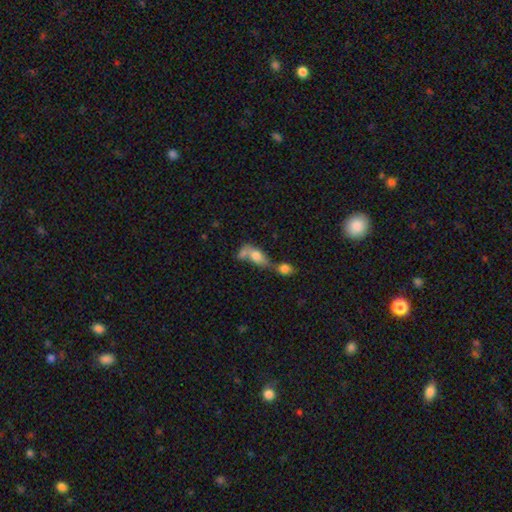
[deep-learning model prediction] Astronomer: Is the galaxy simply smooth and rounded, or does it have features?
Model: smooth — 70%.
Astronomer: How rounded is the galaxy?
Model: in between — 76%.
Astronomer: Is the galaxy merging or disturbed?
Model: merger — 67%.